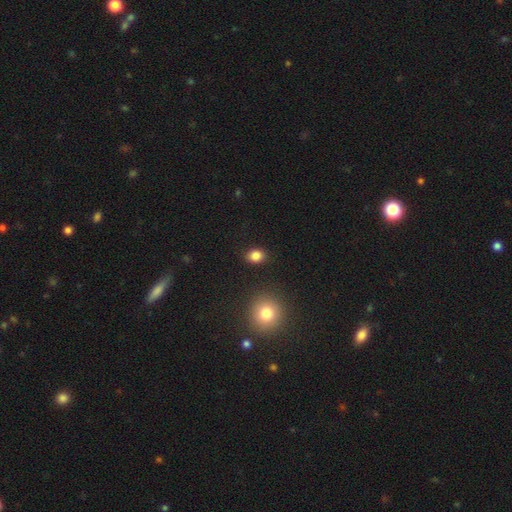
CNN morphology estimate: The model was most divided on "how rounded": in between: 55%, round: 43%, cigar-shaped: 1%. More confident: merging — none (87%); smooth or featured — smooth (84%).